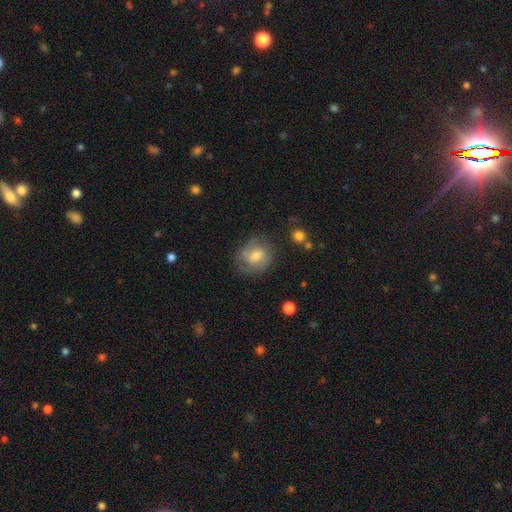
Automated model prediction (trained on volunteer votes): Smooth or featured: smooth — 49% (featured or disk — 42%)
Merging: none — 68% (minor disturbance — 21%)